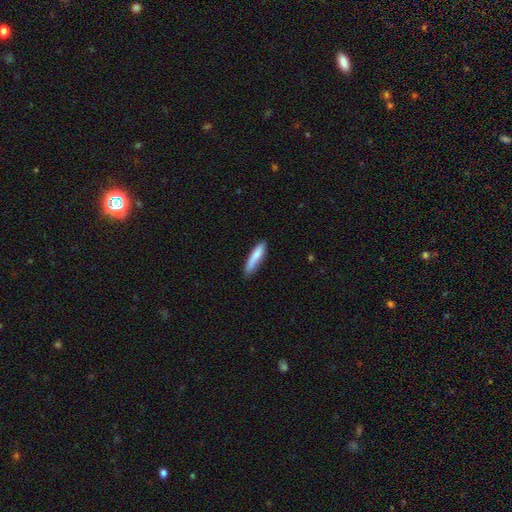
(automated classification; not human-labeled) Smooth or featured: smooth — 81% (featured or disk — 13%)
How rounded: cigar-shaped — 82% (in between — 17%)
Merging: none — 74% (minor disturbance — 21%)